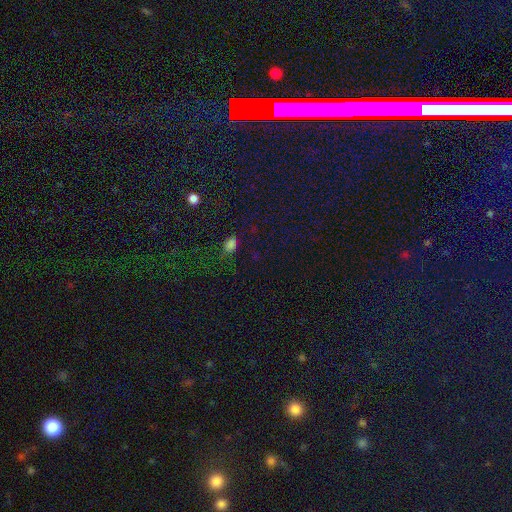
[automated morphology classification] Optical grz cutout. It shows a smooth galaxy with no disk features (52%) that is in between round and cigar-shaped (62%). Merging: none (69%).